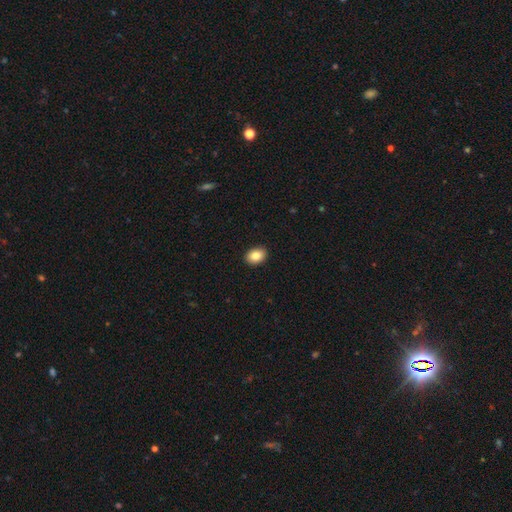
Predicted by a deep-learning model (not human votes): Smooth or featured? smooth (84%)
How rounded? in between (72%)
Merging? none (91%)